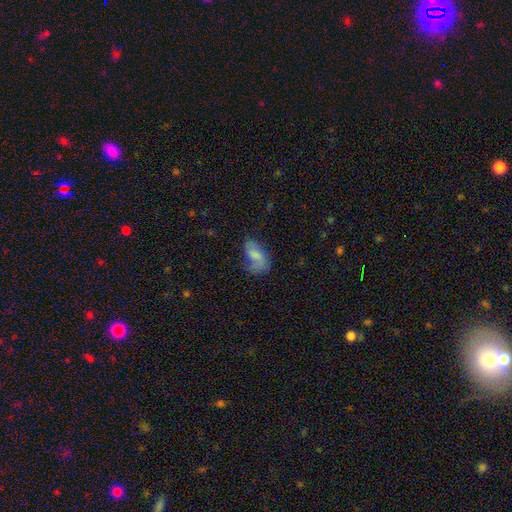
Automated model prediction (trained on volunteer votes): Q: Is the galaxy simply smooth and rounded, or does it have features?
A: smooth — 65%.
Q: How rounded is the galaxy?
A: in between — 92%.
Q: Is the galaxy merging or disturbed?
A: none — 47%.